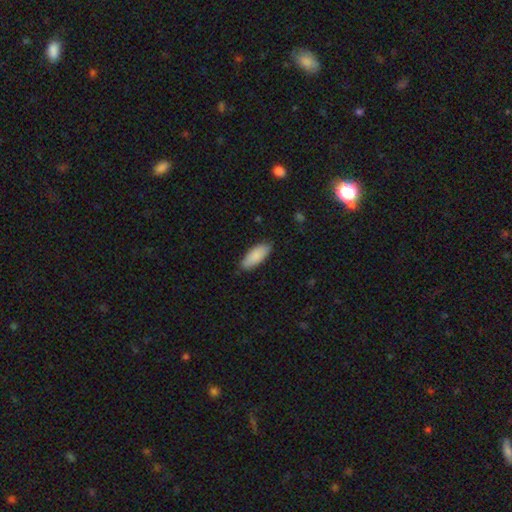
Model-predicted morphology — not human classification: type=smooth (88%); roundness=in between (81%); merging=none (84%).